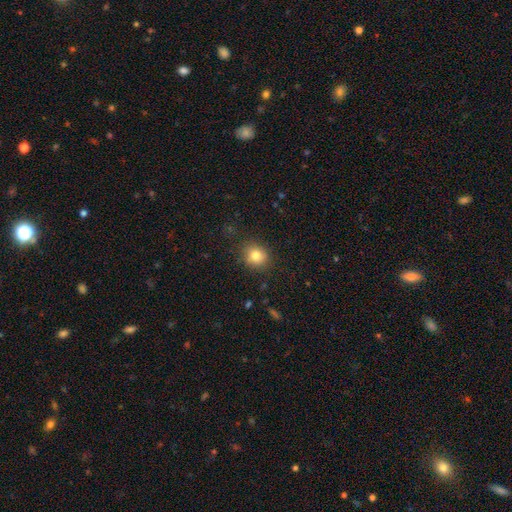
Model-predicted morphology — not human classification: type=smooth (81%); roundness=round (81%); merging=none (84%).